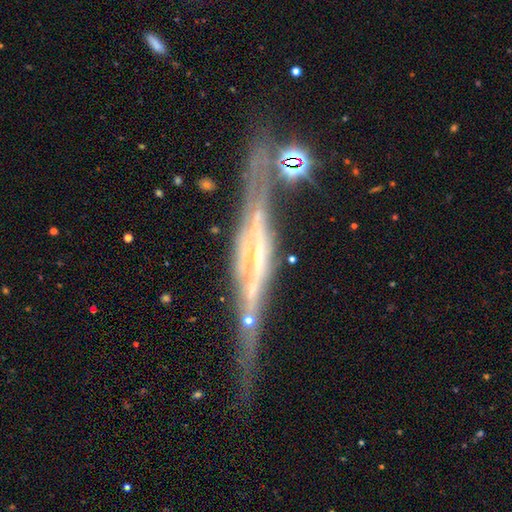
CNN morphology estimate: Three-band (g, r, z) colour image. It shows a featured or disk galaxy (84%) viewed edge-on (90%) with a rounded central bulge (49%). Merging: none (67%).